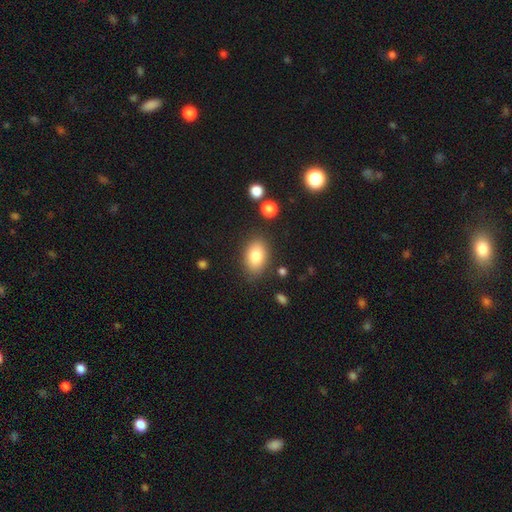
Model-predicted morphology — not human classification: This is clearly a smooth galaxy (82%). How rounded: clearly in between (88%). Merging: clearly none (82%).